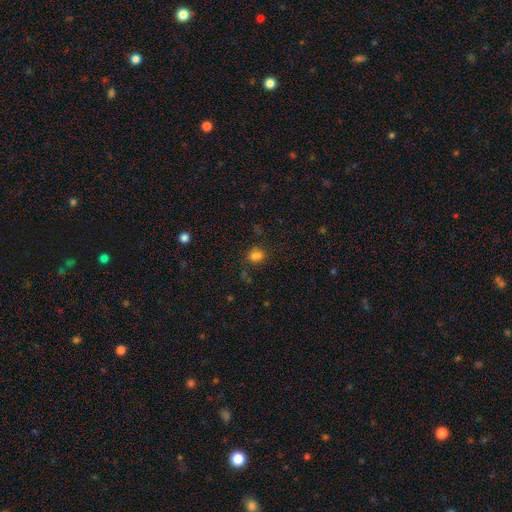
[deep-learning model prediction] Smooth or featured? smooth (72%)
How rounded? round (59%)
Merging? none (65%)